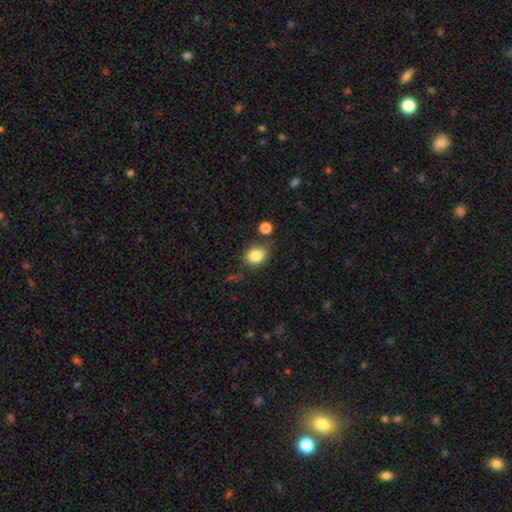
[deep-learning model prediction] Smooth or featured: smooth — 83% (star or artifact — 10%)
How rounded: round — 51% (in between — 48%)
Merging: none — 67% (minor disturbance — 19%)